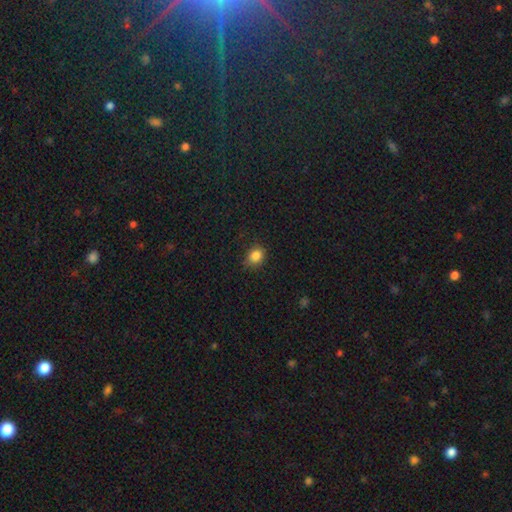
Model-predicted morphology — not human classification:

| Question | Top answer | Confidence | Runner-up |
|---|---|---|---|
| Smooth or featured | smooth | 85% | star or artifact (11%) |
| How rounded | round | 67% | in between (32%) |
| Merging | none | 81% | minor disturbance (15%) |